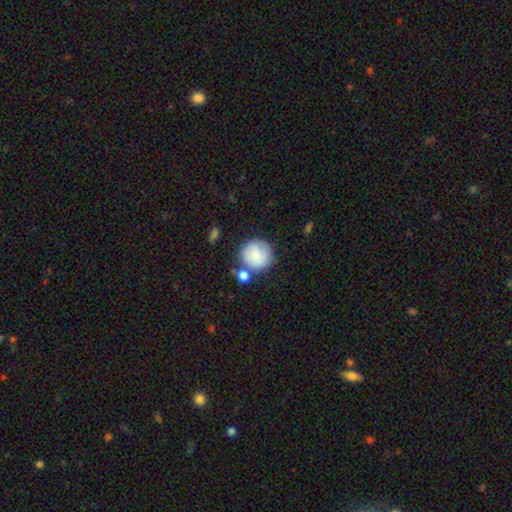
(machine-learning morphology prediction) This is likely a smooth galaxy (79%). How rounded: clearly round (92%). Merging: likely none (63%).